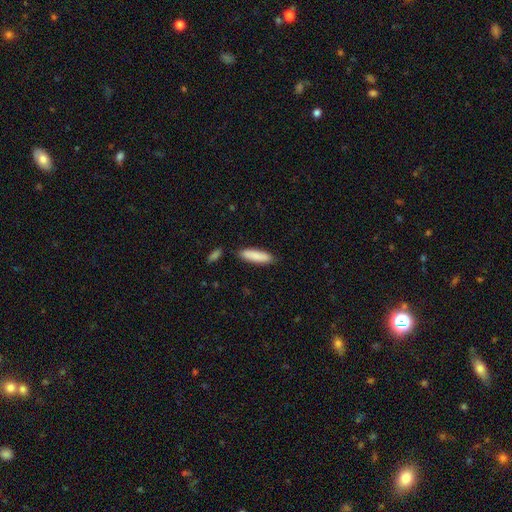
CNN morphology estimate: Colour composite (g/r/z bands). It shows a smooth galaxy with no disk features (86%) that is cigar-shaped (66%). Merging: none (86%).